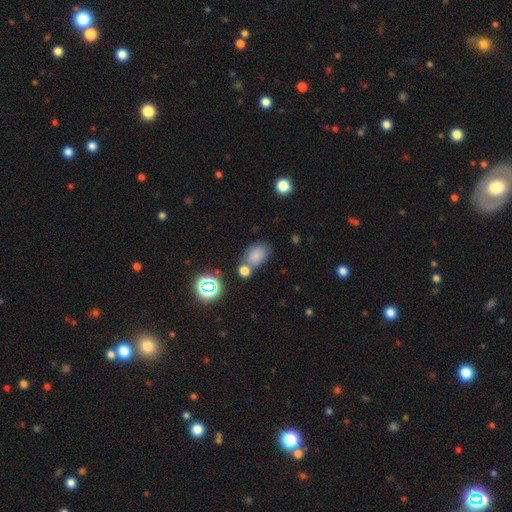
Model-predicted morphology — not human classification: A smooth galaxy with no disk features (76%) that is in between round and cigar-shaped (80%). Merging: none (55%).